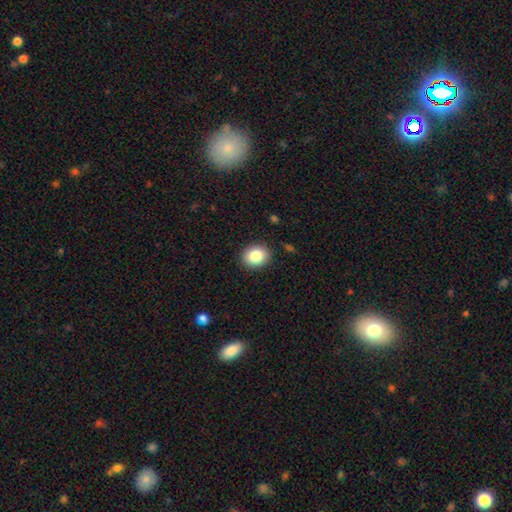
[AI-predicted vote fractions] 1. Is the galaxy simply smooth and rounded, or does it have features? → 85% smooth, 9% star or artifact, 7% featured or disk.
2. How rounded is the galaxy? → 61% round, 38% in between, 1% cigar-shaped.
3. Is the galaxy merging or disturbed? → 90% none, 7% minor disturbance, 2% major disturbance, 1% merger.